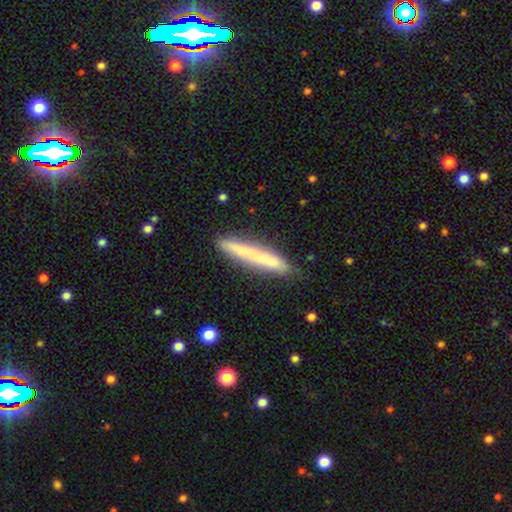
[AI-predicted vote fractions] smooth-or-featured: smooth: 68% | featured or disk: 25% | star or artifact: 6%
  how-rounded: cigar-shaped: 96% | in between: 3% | round: 1%
  merging: none: 87% | minor disturbance: 10% | major disturbance: 2% | merger: 2%